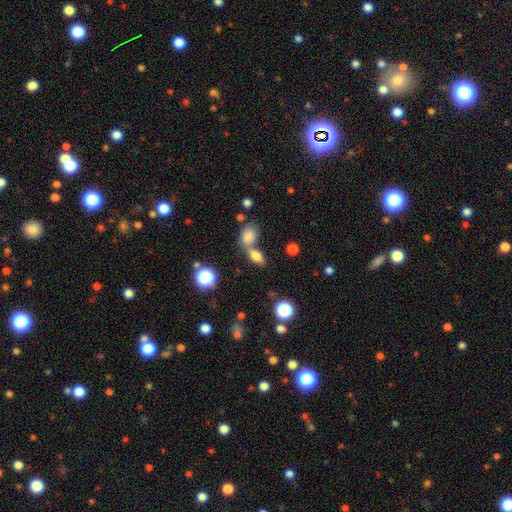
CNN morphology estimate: A smooth galaxy with no disk features (75%) that is in between round and cigar-shaped (79%).

Vote fractions:
- Smooth or featured? smooth: 75% / star or artifact: 14% / featured or disk: 11%
- How rounded? in between: 79% / round: 16% / cigar-shaped: 5%
- Merging? merger: 47% / none: 40% / minor disturbance: 8% / major disturbance: 4%